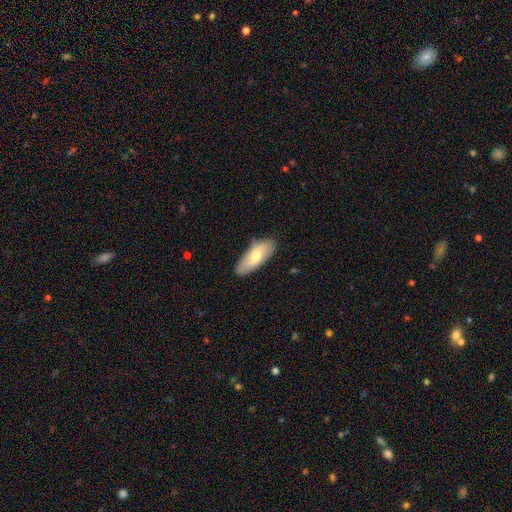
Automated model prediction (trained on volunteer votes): A smooth galaxy with no disk features (65%) that is in between round and cigar-shaped (79%). Merging: none (80%).